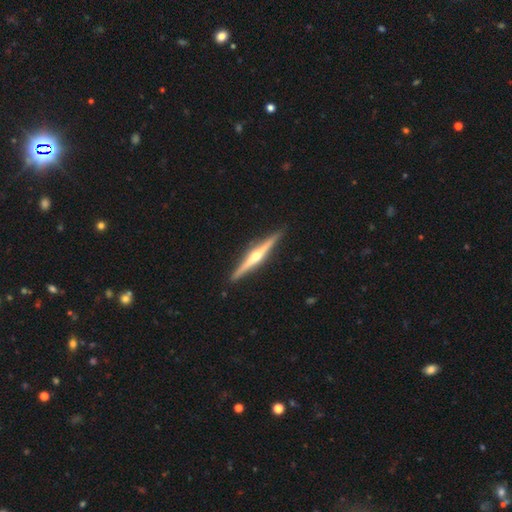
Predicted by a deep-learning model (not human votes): featured or disk 82%, smooth 14%, star or artifact 4%. Down the decision tree: edge-on disk — yes (98%); edge-on bulge — rounded (93%); merging — none (92%).